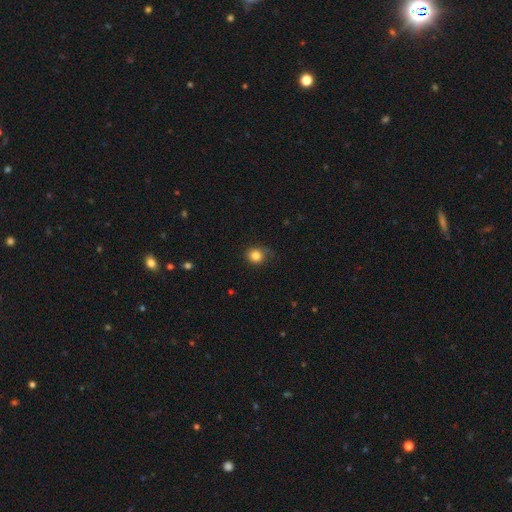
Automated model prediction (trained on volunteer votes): Morphology: type=smooth (83%); roundness=round (83%); merging=none (72%).